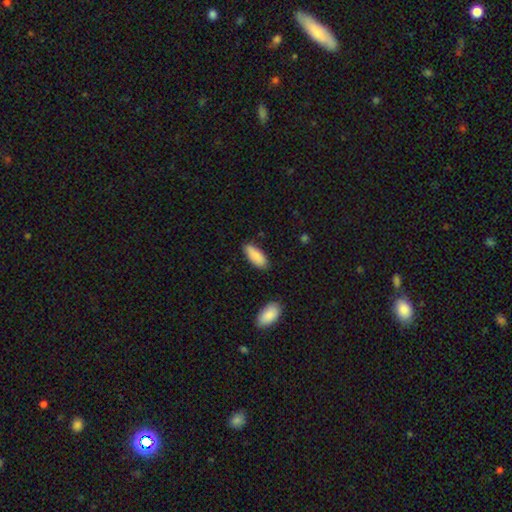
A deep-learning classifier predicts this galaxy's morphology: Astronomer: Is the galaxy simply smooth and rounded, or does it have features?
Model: smooth — 87%.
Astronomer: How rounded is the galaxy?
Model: in between — 77%.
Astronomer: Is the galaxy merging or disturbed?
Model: none — 80%.